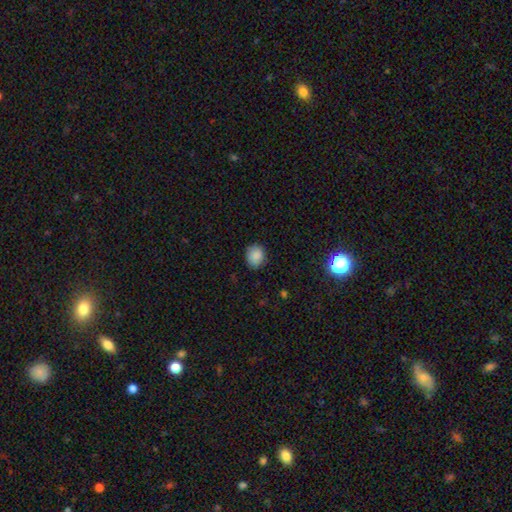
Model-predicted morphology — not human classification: The model was most divided on "how rounded": round: 71%, in between: 28%, cigar-shaped: 1%. More confident: smooth or featured — smooth (87%); merging — none (84%).